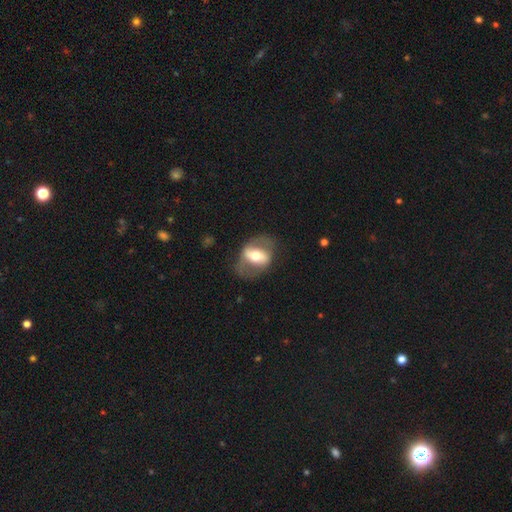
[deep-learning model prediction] A featured or disk galaxy (61%) with a strong bar (51%), no spiral arms (61%) and a moderate central bulge (65%). Merging: none (64%).